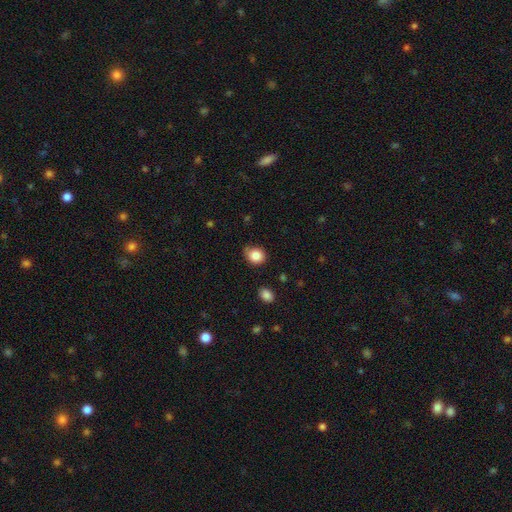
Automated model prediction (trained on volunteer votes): Overall: smooth (85%). How rounded: round (68%; in between 32%). Merging: none (72%).